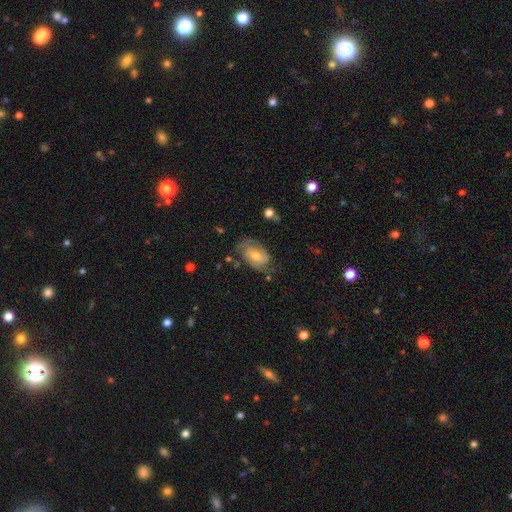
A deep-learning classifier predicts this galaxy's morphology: Overall: featured or disk (70%). Edge-on disk: no (96%). Bar: no (50%; weak 40%). Spiral arms: yes (89%). Spiral arm count: 2 (68%). Spiral winding: tight (44%; medium 41%). Bulge size: moderate (61%; small 31%). Merging: none (67%).